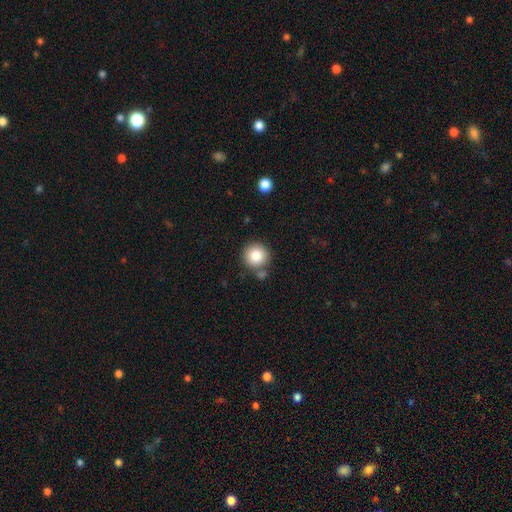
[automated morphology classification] smooth_or_featured: smooth (p=0.83) [alt: star or artifact p=0.09]
how_rounded: round (p=0.94) [alt: in between p=0.05]
merging: none (p=0.76) [alt: merger p=0.11]